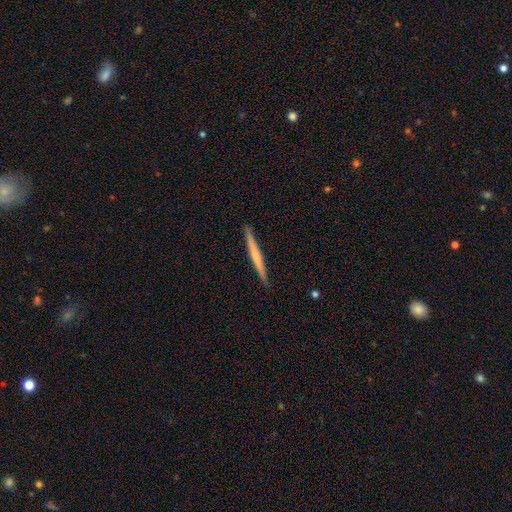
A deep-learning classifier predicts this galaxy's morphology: smooth 48%, featured or disk 47%, star or artifact 5%. Down the decision tree: merging — none (92%).